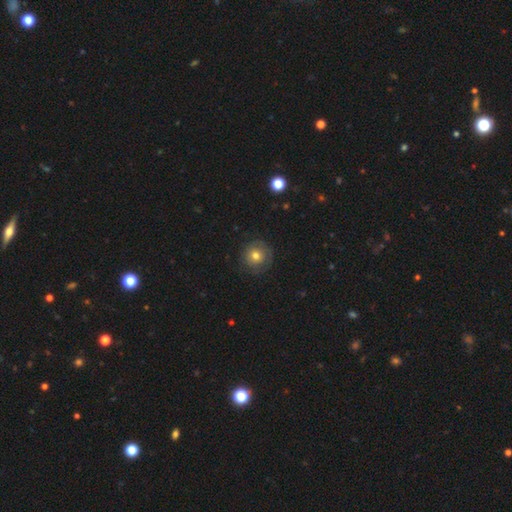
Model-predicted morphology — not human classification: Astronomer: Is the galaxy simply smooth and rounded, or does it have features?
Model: smooth — 67%.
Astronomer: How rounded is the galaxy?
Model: round — 94%.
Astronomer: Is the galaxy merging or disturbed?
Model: none — 82%.